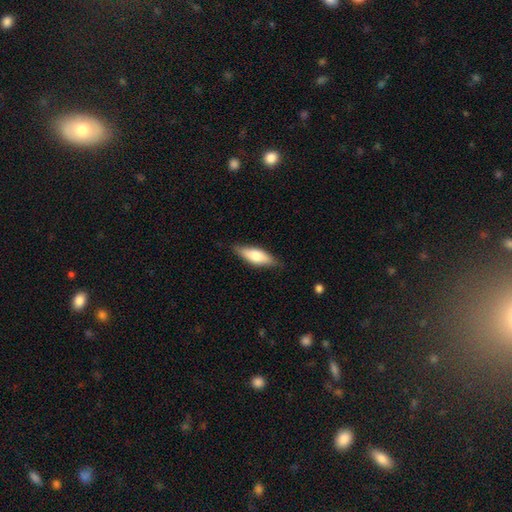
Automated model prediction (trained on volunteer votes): Smooth or featured: smooth — 67% (featured or disk — 27%)
How rounded: in between — 60% (cigar-shaped — 38%)
Merging: none — 82% (minor disturbance — 15%)